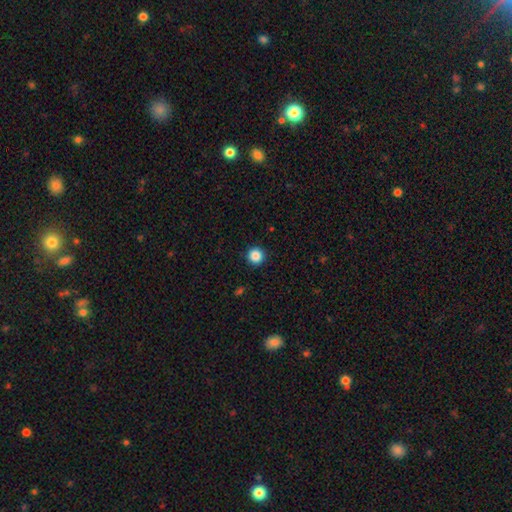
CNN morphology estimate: Smooth or featured: smooth — 86% (star or artifact — 11%)
How rounded: round — 96% (in between — 3%)
Merging: none — 93% (minor disturbance — 5%)